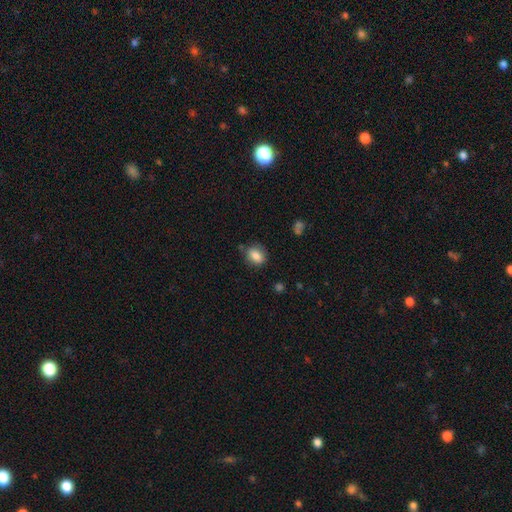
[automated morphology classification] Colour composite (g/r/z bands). It shows a smooth galaxy with no disk features (83%) that is in between round and cigar-shaped (53%). Merging: none (74%).